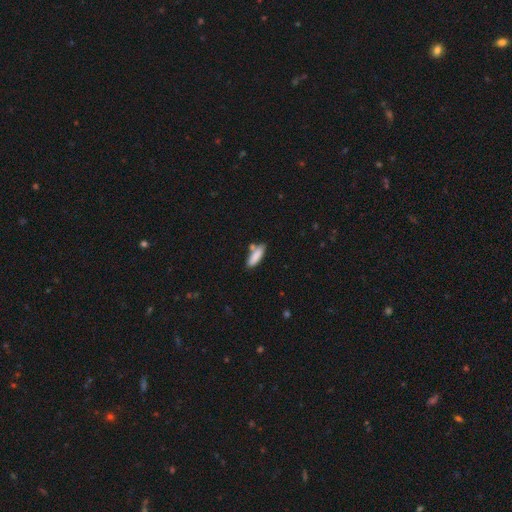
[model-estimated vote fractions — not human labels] Smooth or featured? smooth (85%)
How rounded? cigar-shaped (52%)
Merging? none (68%)